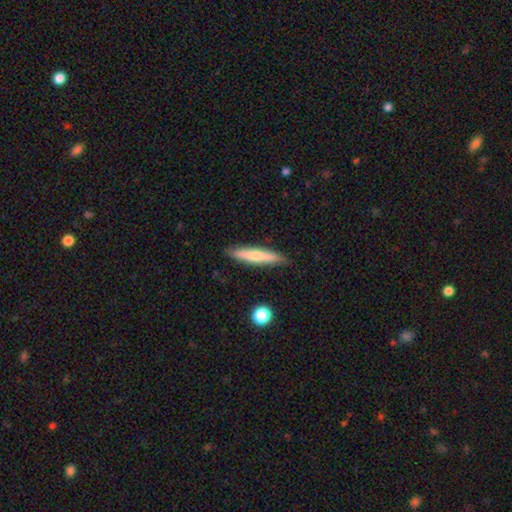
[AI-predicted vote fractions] This appears to be a smooth galaxy with no disk features (65%) that is cigar-shaped (89%). Merging: none (87%).